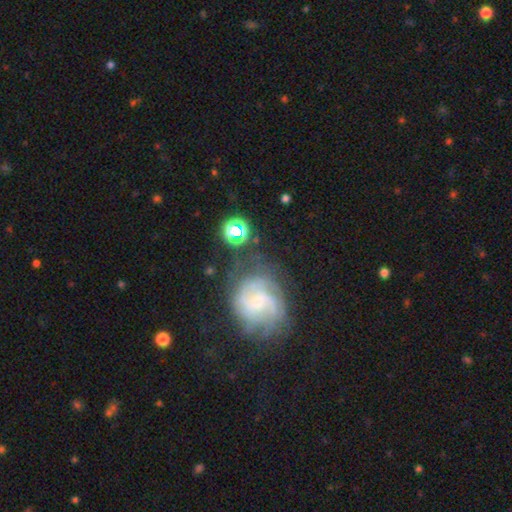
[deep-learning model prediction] smooth_or_featured: featured or disk (p=0.53) [alt: smooth p=0.25]
disk_edge_on: no (p=0.96) [alt: yes p=0.04]
bar: no (p=0.44) [alt: weak p=0.42]
has_spiral_arms: yes (p=0.78) [alt: no p=0.22]
bulge_size: small (p=0.58) [alt: moderate p=0.29]
merging: none (p=0.63) [alt: minor disturbance p=0.19]